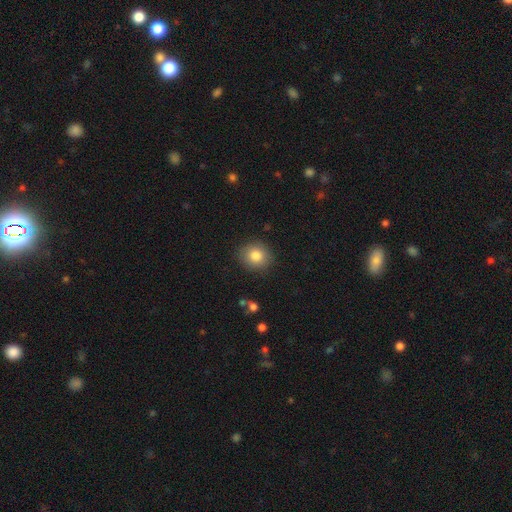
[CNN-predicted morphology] Smooth or featured? smooth (84%)
How rounded? round (79%)
Merging? none (88%)